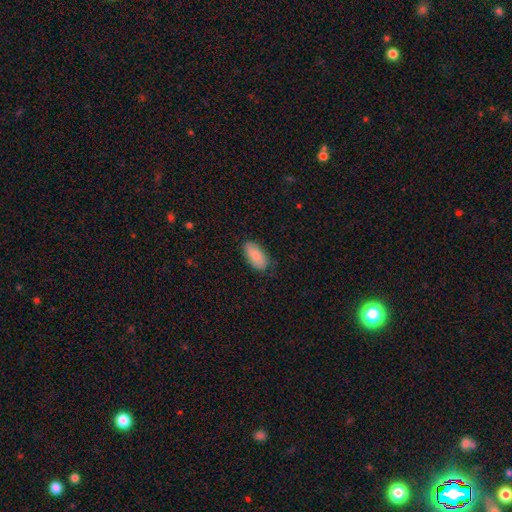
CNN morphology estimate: Overall: smooth (85%). How rounded: in between (93%). Merging: none (79%).